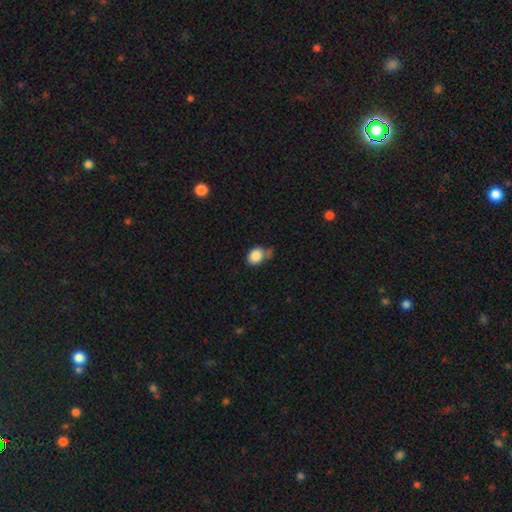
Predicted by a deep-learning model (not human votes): A smooth galaxy with no disk features (87%) that is round (52%).

Vote fractions:
- Smooth or featured? smooth: 87% / star or artifact: 8% / featured or disk: 5%
- How rounded? round: 52% / in between: 47% / cigar-shaped: 1%
- Merging? none: 48% / minor disturbance: 30% / merger: 11% / major disturbance: 10%